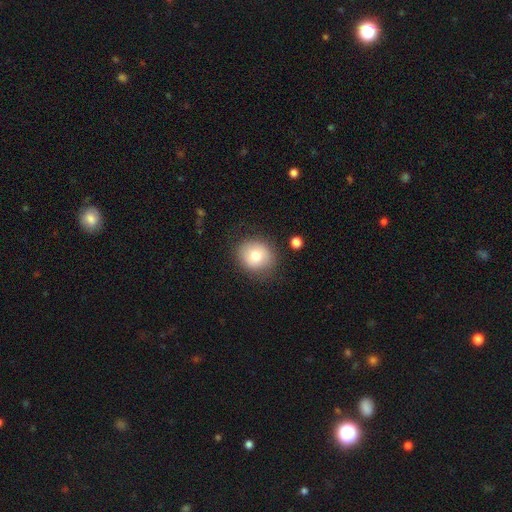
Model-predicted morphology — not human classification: type=smooth (75%); roundness=round (81%); merging=none (82%).